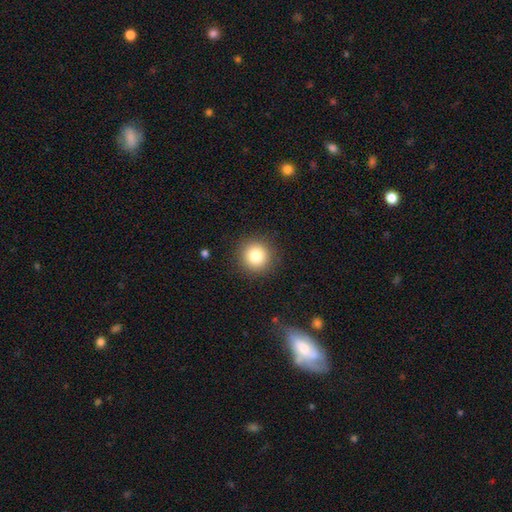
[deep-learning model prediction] Overall: smooth (82%). How rounded: round (94%). Merging: none (90%).